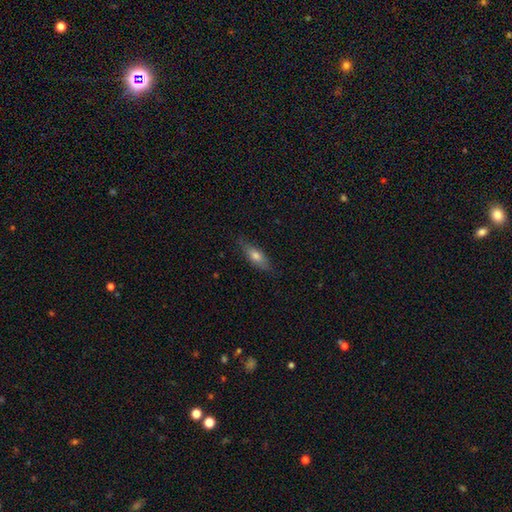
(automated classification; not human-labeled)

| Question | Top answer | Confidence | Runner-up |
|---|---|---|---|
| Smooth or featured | smooth | 62% | featured or disk (30%) |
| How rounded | in between | 57% | cigar-shaped (40%) |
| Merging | none | 78% | minor disturbance (18%) |